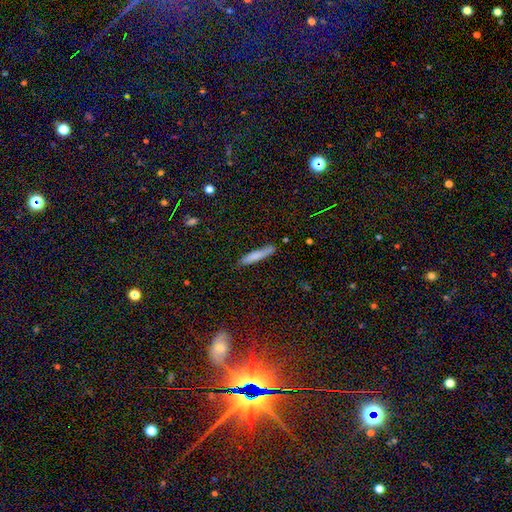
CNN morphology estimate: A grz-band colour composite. It shows a smooth galaxy with no disk features (78%) that is cigar-shaped (92%). Merging: none (80%).